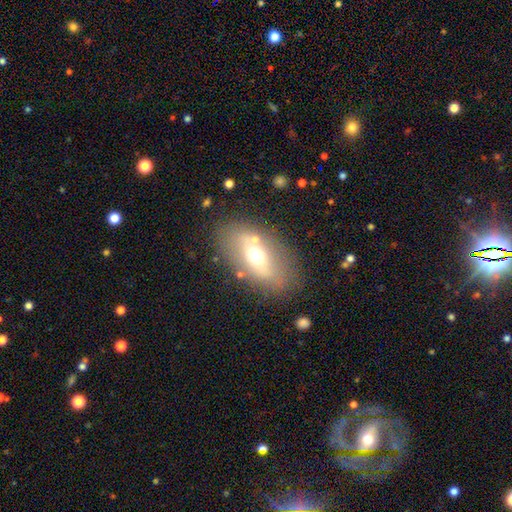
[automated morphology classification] A smooth galaxy with no disk features (49%).

Vote fractions:
- Smooth or featured? smooth: 49% / featured or disk: 40% / star or artifact: 11%
- Merging? none: 77% / minor disturbance: 13% / major disturbance: 5% / merger: 5%